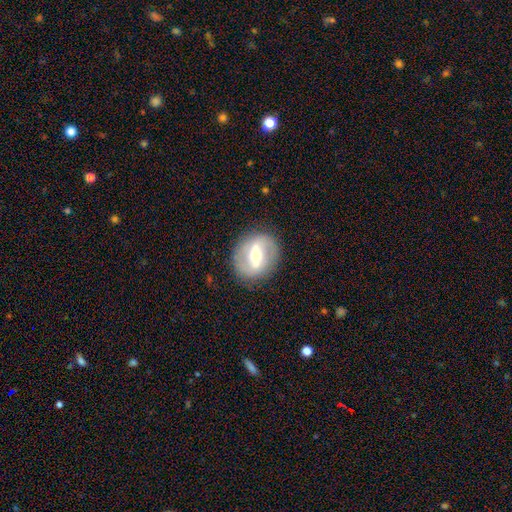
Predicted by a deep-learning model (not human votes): smooth-or-featured: featured or disk: 67% | smooth: 26% | star or artifact: 7%
  disk-edge-on: no: 90% | yes: 10%
    bar: strong: 59% | weak: 31% | no: 11%
    has-spiral-arms: no: 52% | yes: 48%
    bulge-size: moderate: 67% | small: 21% | large: 9% | dominant: 1% | none: 1%
  merging: none: 84% | minor disturbance: 10% | major disturbance: 4% | merger: 1%